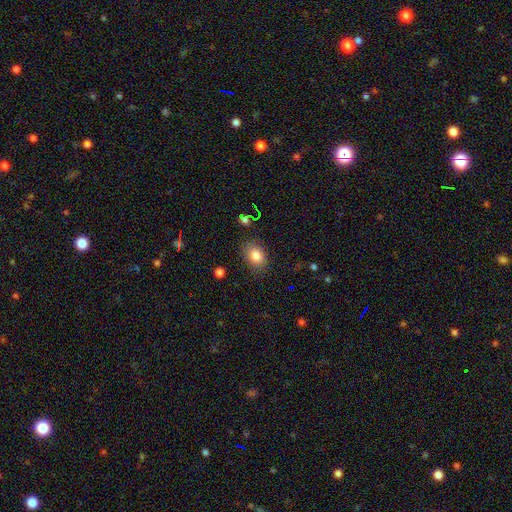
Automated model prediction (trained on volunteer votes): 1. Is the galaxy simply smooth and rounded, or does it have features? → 82% smooth, 11% star or artifact, 7% featured or disk.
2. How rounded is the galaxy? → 66% in between, 33% round, 1% cigar-shaped.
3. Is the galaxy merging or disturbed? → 82% none, 13% minor disturbance, 3% major disturbance, 2% merger.